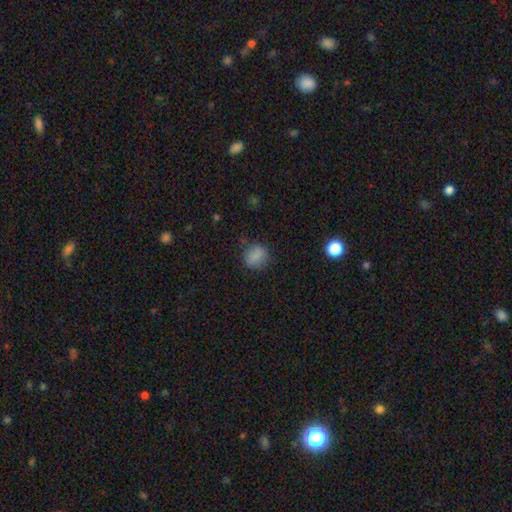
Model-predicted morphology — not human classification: Smooth or featured? smooth (81%)
How rounded? round (66%)
Merging? none (78%)